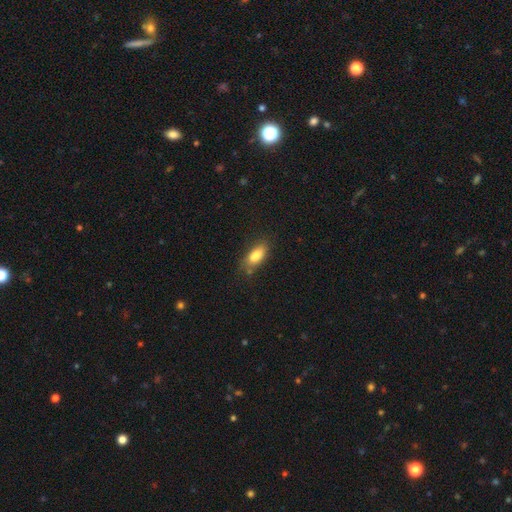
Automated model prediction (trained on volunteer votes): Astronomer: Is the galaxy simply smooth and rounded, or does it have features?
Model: smooth — 82%.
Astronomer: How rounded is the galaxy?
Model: in between — 84%.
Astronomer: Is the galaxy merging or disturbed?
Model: none — 68%.